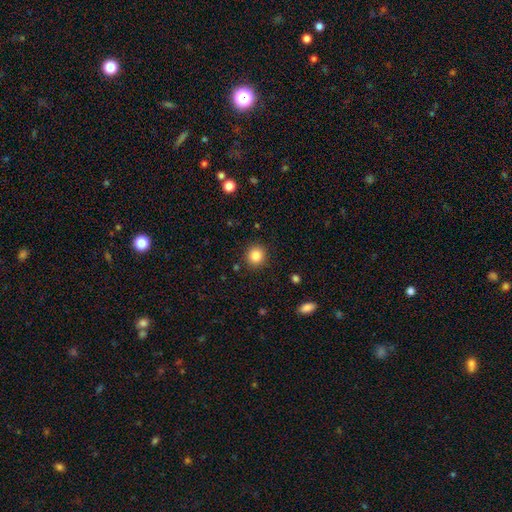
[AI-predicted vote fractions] Morphology: type=smooth (85%); roundness=round (91%); merging=none (90%).